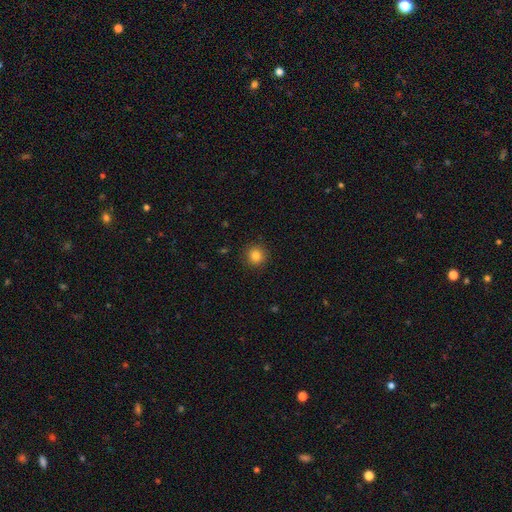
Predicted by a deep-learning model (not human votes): Morphology: type=smooth (83%); roundness=round (93%); merging=none (91%).